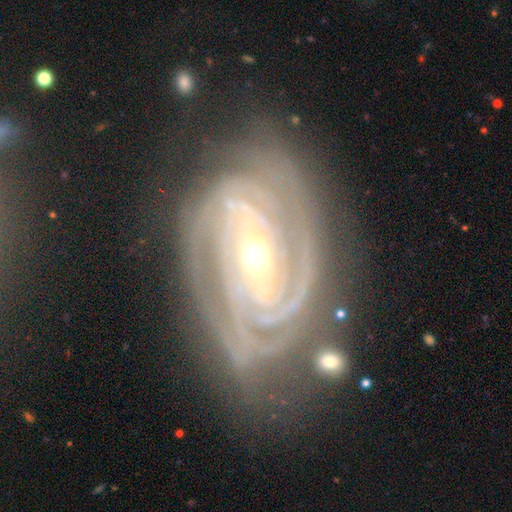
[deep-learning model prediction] A featured or disk galaxy (91%) with a strong bar (37%), 3 (33%) tight (78%) spiral arms (98%) and a moderate central bulge (51%).

Vote fractions:
- Smooth or featured? featured or disk: 91% / star or artifact: 5% / smooth: 4%
- Edge-on disk? no: 96% / yes: 4%
- Bar? strong: 37% / weak: 36% / no: 27%
- Spiral arms? yes: 98% / no: 2%
- Spiral winding? tight: 78% / medium: 19% / loose: 3%
- Spiral arm count? 3: 33% / 2: 22% / 4: 19% / can't tell: 14% / more than 4: 7% / 1: 6%
- Bulge size? moderate: 51% / small: 45% / large: 2% / none: 1% / dominant: 1%
- Merging? none: 72% / minor disturbance: 18% / major disturbance: 7% / merger: 3%